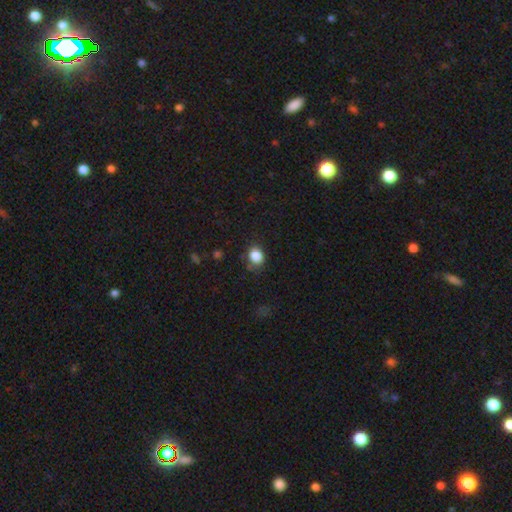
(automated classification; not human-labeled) Smooth or featured? smooth (84%)
How rounded? round (59%)
Merging? none (72%)